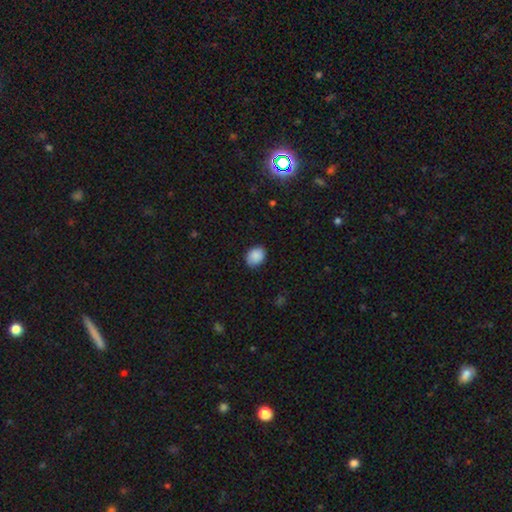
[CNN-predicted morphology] Q: Smooth or featured?
A: smooth (88%); runner-up: star or artifact (8%)
Q: How rounded?
A: in between (56%); runner-up: round (43%)
Q: Merging?
A: none (83%); runner-up: minor disturbance (14%)